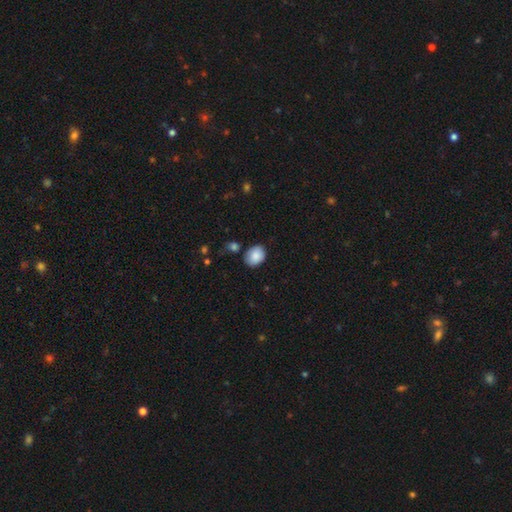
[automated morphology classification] smooth_or_featured: smooth (p=0.87) [alt: star or artifact p=0.07]
how_rounded: in between (p=0.64) [alt: round p=0.35]
merging: none (p=0.76) [alt: minor disturbance p=0.16]